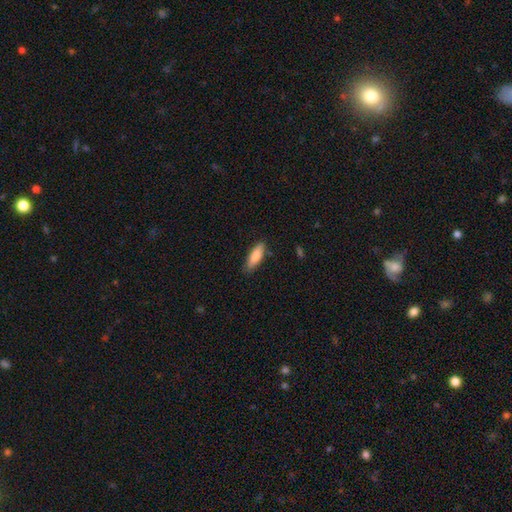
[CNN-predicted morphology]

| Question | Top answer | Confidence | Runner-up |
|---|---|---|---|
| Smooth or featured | smooth | 82% | featured or disk (12%) |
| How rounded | in between | 57% | cigar-shaped (41%) |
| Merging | none | 83% | minor disturbance (14%) |